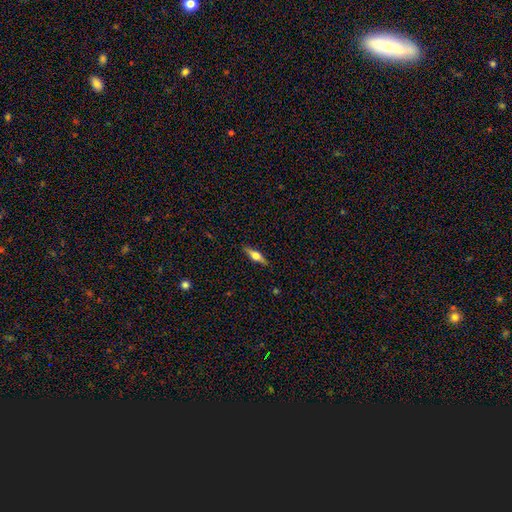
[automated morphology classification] This is possibly a featured or disk galaxy (53%). It is clearly viewed edge-on (94%). Merging: clearly none (88%).